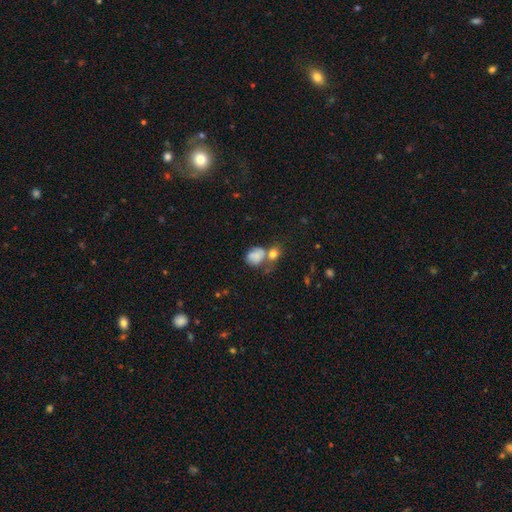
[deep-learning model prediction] Smooth or featured?
  - smooth: 76% *
  - featured or disk: 14%
  - star or artifact: 10%
How rounded?
  - in between: 56% *
  - round: 43%
  - cigar-shaped: 1%
Merging?
  - merger: 43% *
  - none: 30%
  - minor disturbance: 17%
  - major disturbance: 11%